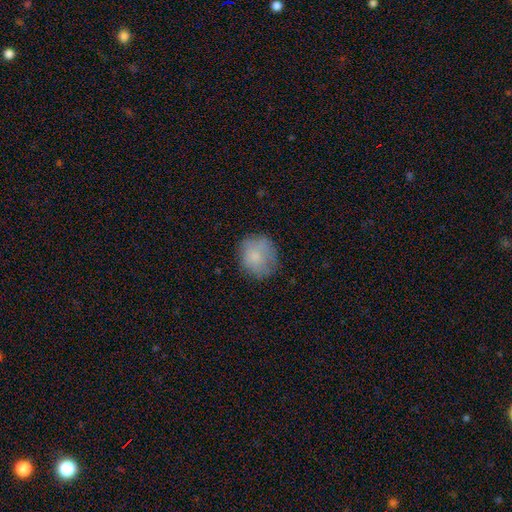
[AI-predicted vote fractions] Smooth or featured? smooth (79%)
How rounded? round (81%)
Merging? none (72%)